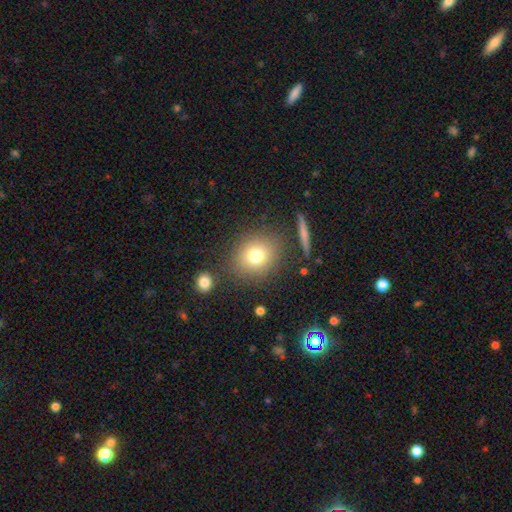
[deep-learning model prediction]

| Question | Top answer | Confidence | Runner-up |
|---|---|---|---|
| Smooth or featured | smooth | 75% | star or artifact (13%) |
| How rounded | round | 76% | in between (23%) |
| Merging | none | 82% | minor disturbance (9%) |